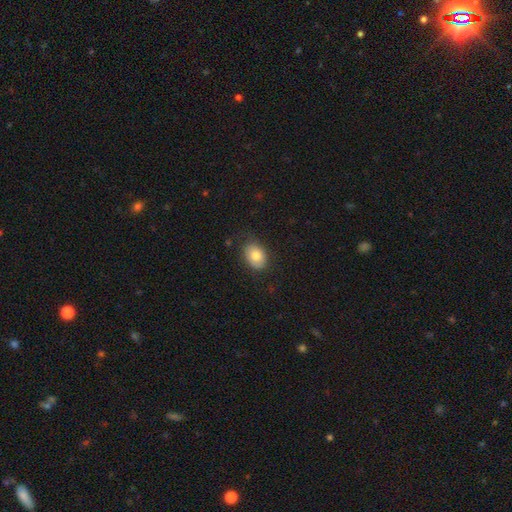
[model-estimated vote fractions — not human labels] Smooth or featured: smooth — 78% (featured or disk — 14%)
How rounded: in between — 77% (round — 22%)
Merging: none — 77% (minor disturbance — 17%)